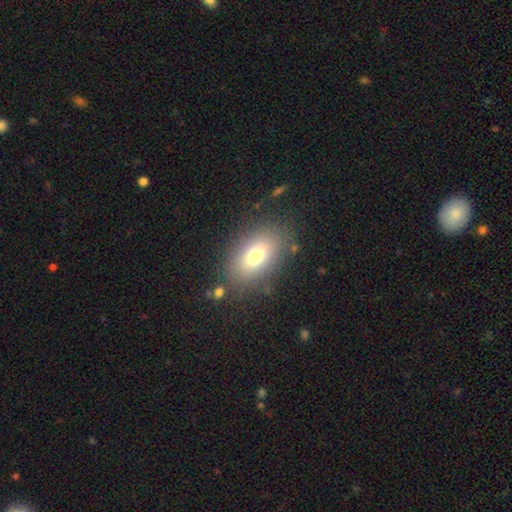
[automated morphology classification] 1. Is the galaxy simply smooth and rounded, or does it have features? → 75% smooth, 14% featured or disk, 11% star or artifact.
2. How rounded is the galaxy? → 84% in between, 14% round, 2% cigar-shaped.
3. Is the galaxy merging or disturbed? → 82% none, 11% minor disturbance, 5% major disturbance, 2% merger.